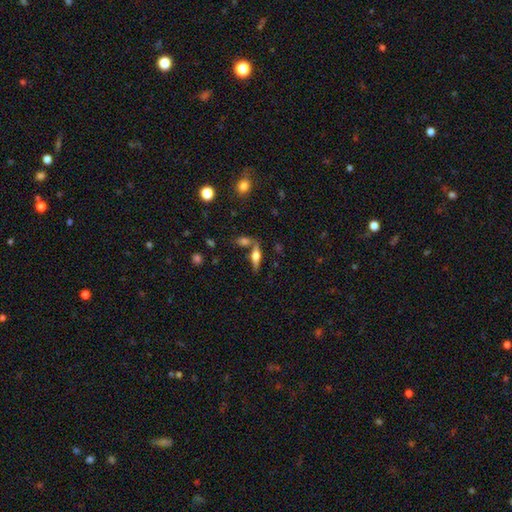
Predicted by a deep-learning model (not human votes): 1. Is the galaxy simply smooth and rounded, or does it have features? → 55% featured or disk, 36% smooth, 8% star or artifact.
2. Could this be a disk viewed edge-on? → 93% yes, 7% no.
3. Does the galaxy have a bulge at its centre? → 91% rounded, 6% boxy, 2% none.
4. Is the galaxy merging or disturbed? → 64% none, 21% merger, 11% minor disturbance, 4% major disturbance.